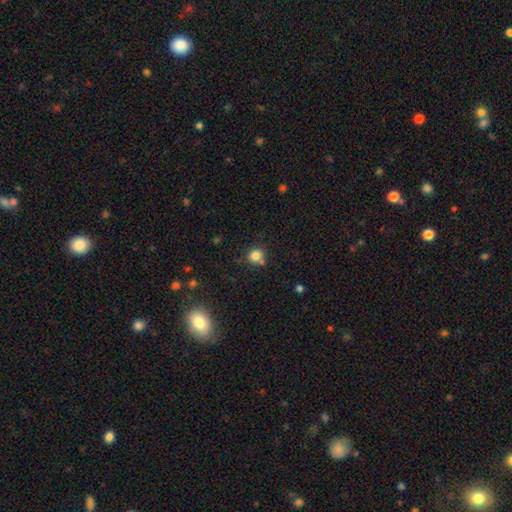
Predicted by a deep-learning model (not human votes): Smooth or featured? smooth (81%)
How rounded? round (90%)
Merging? none (70%)